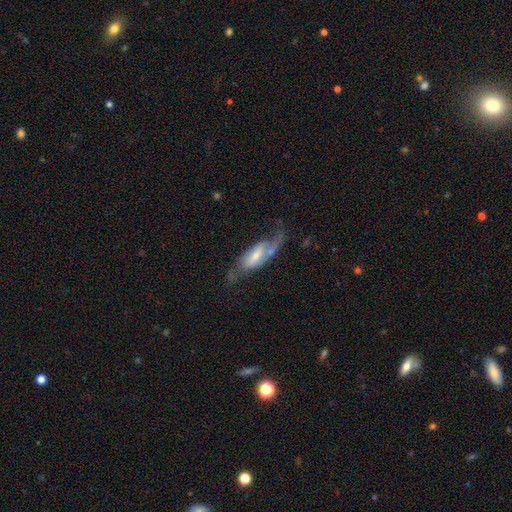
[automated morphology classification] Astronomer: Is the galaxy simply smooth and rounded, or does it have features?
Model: featured or disk — 75%.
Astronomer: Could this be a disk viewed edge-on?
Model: no — 87%.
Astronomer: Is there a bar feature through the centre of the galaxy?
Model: weak — 43% (runner-up: strong, 29%).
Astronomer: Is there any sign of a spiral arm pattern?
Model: yes — 88%.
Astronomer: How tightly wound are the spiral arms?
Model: loose — 51% (runner-up: medium, 36%).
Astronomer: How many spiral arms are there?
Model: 2 — 78%.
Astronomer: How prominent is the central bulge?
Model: small — 50% (runner-up: moderate, 41%).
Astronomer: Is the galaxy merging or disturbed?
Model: none — 52%.